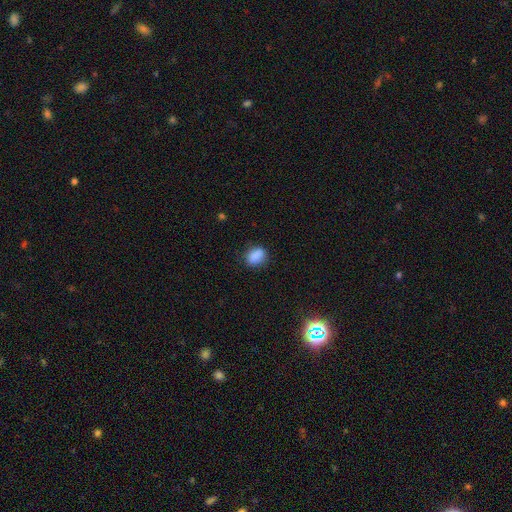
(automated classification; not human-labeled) Smooth or featured? Predicted: smooth (p=0.87). How rounded? Predicted: in between (p=0.70). Merging? Predicted: none (p=0.79).